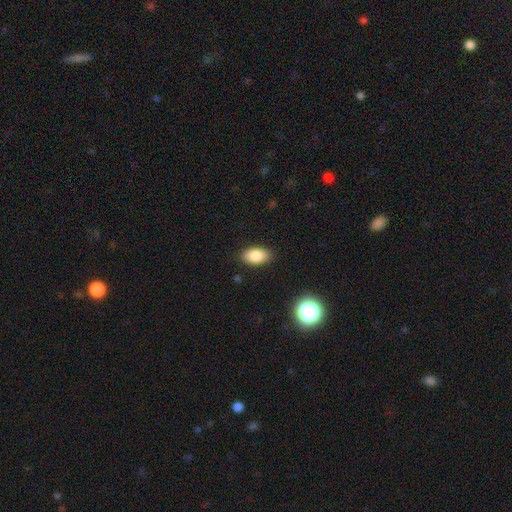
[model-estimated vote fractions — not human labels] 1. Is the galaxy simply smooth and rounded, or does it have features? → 85% smooth, 8% star or artifact, 7% featured or disk.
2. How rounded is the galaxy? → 93% in between, 5% round, 3% cigar-shaped.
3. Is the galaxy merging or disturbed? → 87% none, 9% minor disturbance, 2% major disturbance, 1% merger.